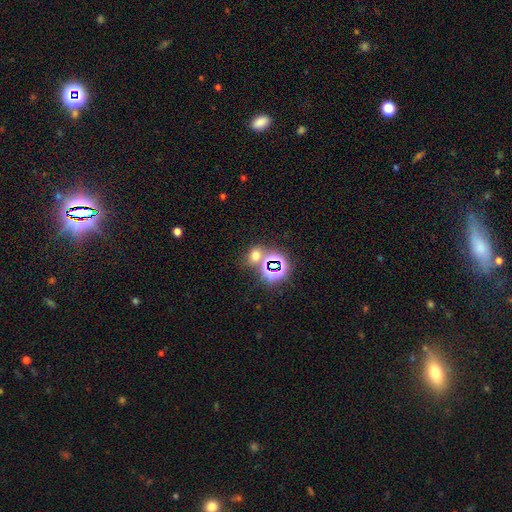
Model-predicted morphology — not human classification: Smooth or featured?
  - smooth: 52% *
  - star or artifact: 40%
  - featured or disk: 8%
How rounded?
  - round: 54% *
  - in between: 44%
  - cigar-shaped: 2%
Merging?
  - none: 65% *
  - merger: 19%
  - minor disturbance: 10%
  - major disturbance: 5%